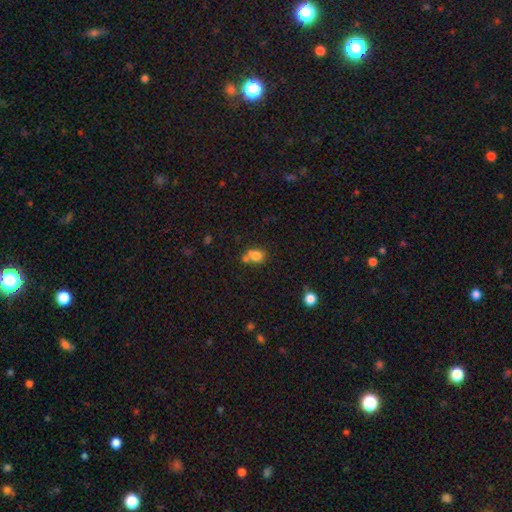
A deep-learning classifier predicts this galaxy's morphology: This appears to be a smooth galaxy with no disk features (76%) that is round (56%). Merging: merger (44%).